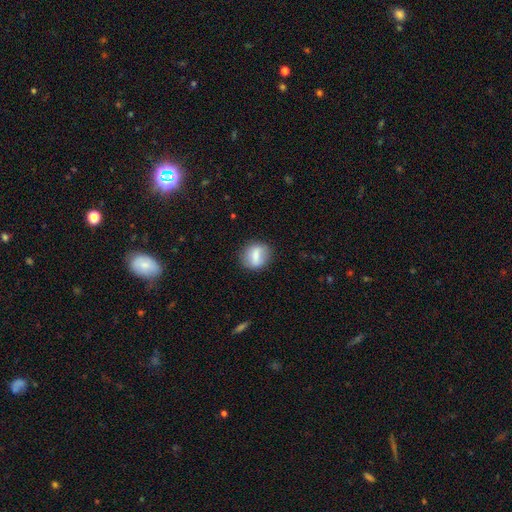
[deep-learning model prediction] smooth_or_featured: smooth (p=0.67) [alt: featured or disk p=0.25]
how_rounded: round (p=0.64) [alt: in between p=0.32]
merging: none (p=0.81) [alt: minor disturbance p=0.13]